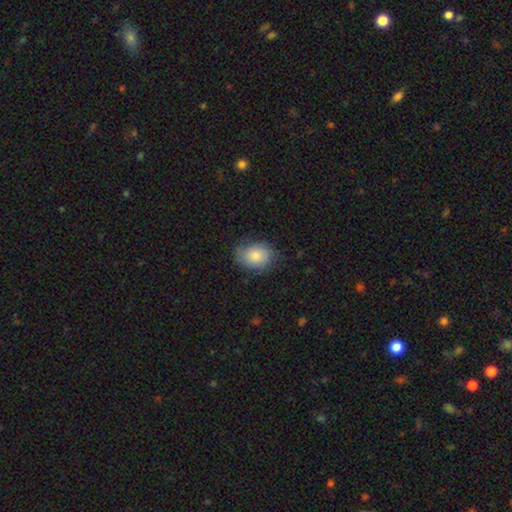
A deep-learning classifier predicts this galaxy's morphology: smooth_or_featured: smooth (p=0.79) [alt: featured or disk p=0.14]
how_rounded: in between (p=0.61) [alt: round p=0.38]
merging: none (p=0.72) [alt: minor disturbance p=0.21]